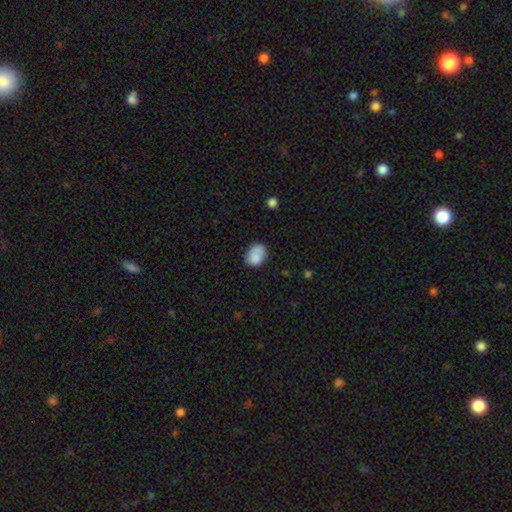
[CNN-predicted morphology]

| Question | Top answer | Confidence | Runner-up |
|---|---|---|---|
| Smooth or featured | smooth | 84% | star or artifact (8%) |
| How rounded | in between | 72% | round (27%) |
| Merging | none | 68% | minor disturbance (24%) |